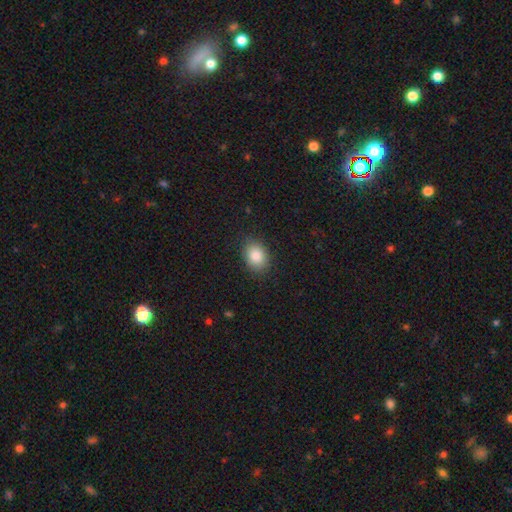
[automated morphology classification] Overall: smooth (86%). How rounded: in between (68%; round 31%). Merging: none (85%).